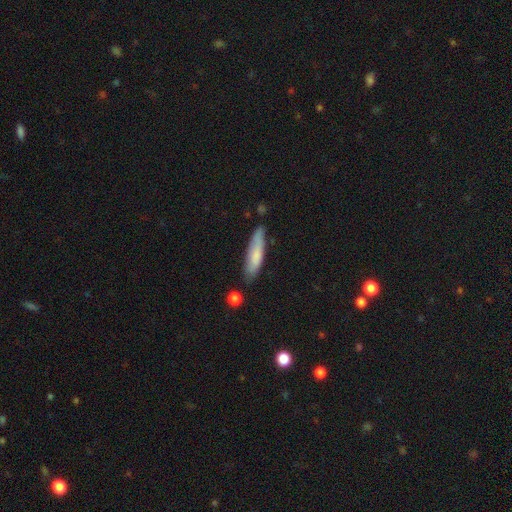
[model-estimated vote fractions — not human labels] The model was most divided on "how rounded": cigar-shaped: 72%, in between: 26%, round: 1%. More confident: smooth or featured — smooth (75%); merging — none (69%).